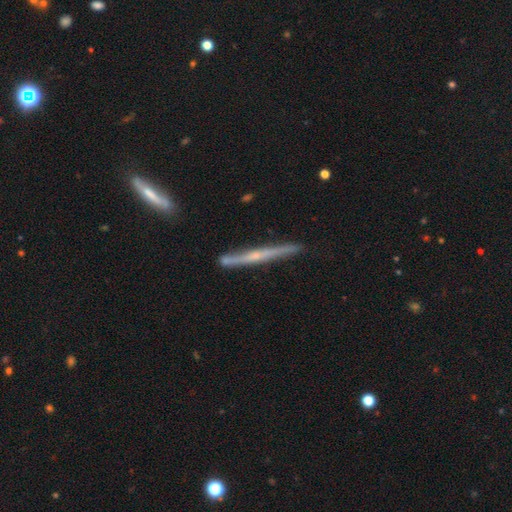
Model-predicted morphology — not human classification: smooth-or-featured: featured or disk: 68% | smooth: 25% | star or artifact: 7%
  disk-edge-on: yes: 97% | no: 3%
    edge-on-bulge: rounded: 52% | none: 42% | boxy: 7%
  merging: none: 85% | minor disturbance: 11% | merger: 3% | major disturbance: 2%